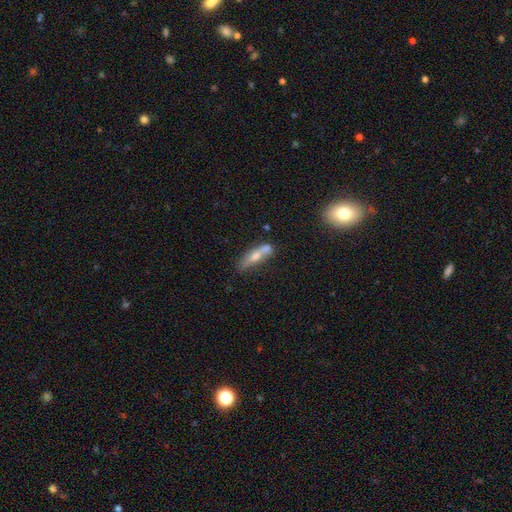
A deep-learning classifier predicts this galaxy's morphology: smooth 55%, featured or disk 35%, star or artifact 9%. Down the decision tree: how rounded — cigar-shaped (61%); merging — none (43%).